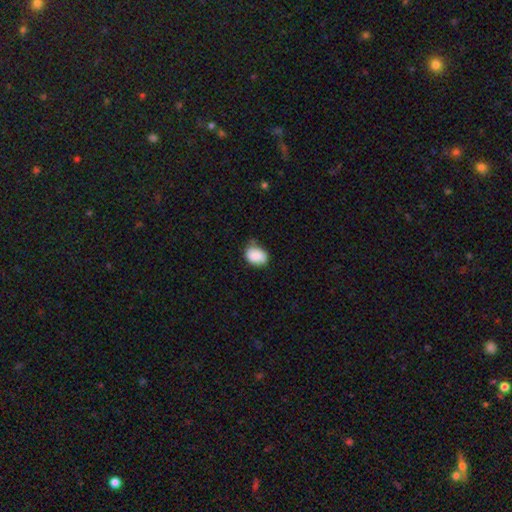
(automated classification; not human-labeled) Smooth or featured: smooth — 85% (featured or disk — 8%)
How rounded: in between — 67% (round — 32%)
Merging: none — 58% (minor disturbance — 33%)